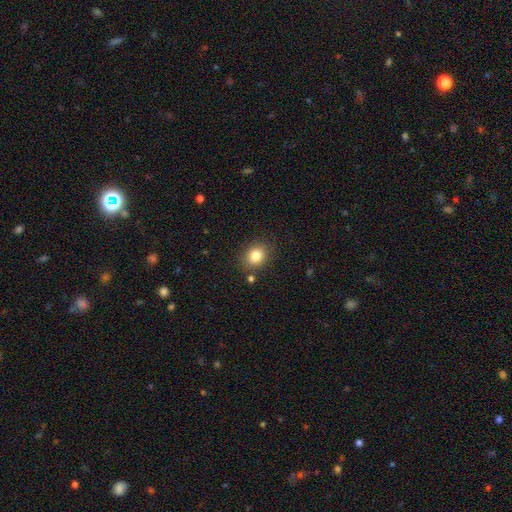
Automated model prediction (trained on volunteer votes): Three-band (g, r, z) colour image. It shows a smooth galaxy with no disk features (82%) that is round (60%). Merging: none (84%).